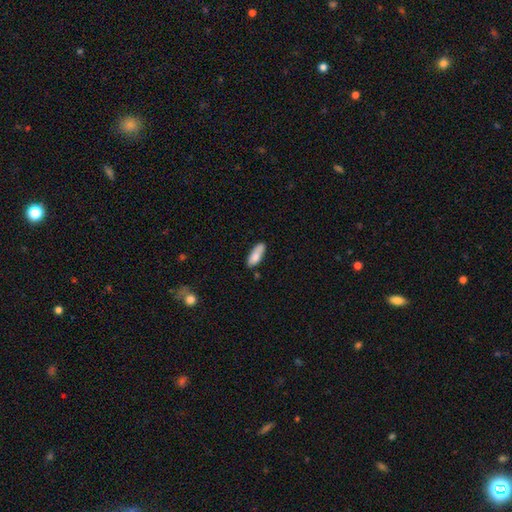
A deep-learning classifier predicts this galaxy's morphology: A smooth galaxy with no disk features (83%) that is in between round and cigar-shaped (66%). Merging: none (71%).